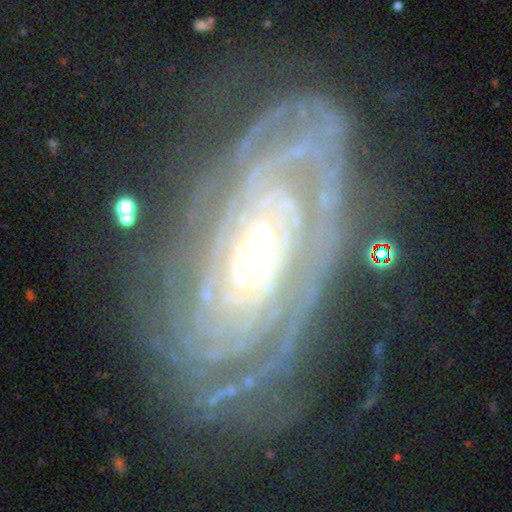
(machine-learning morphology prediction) This appears to be a featured or disk galaxy (89%) with no bar (58%), tight (85%) spiral arms (97%) and a moderate central bulge (47%). Merging: none (77%).